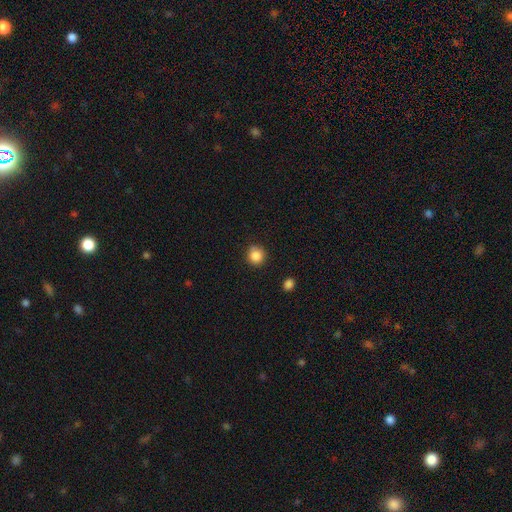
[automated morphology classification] This is clearly a smooth galaxy (86%). How rounded: clearly round (90%). Merging: clearly none (84%).